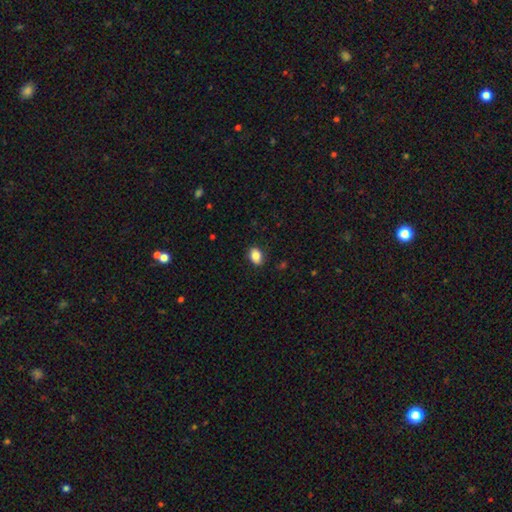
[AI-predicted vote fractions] Morphology: type=smooth (85%); roundness=in between (76%); merging=none (82%).